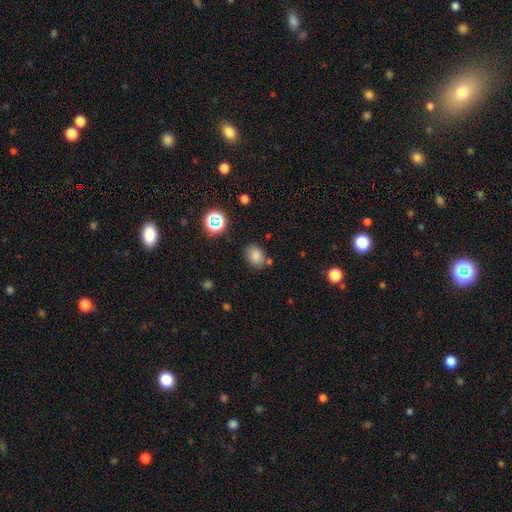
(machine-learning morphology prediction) This is likely a smooth galaxy (79%). How rounded: likely in between (63%). Merging: likely none (75%).